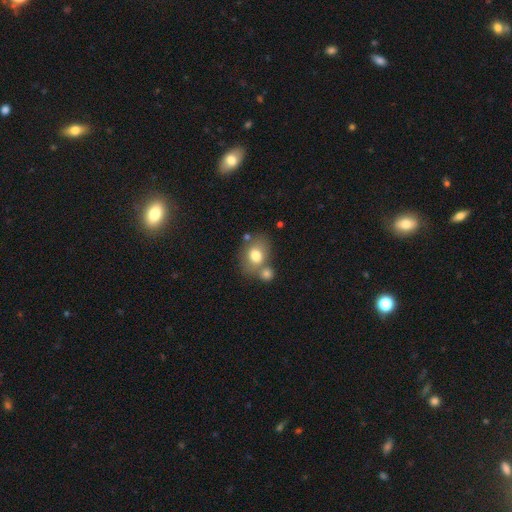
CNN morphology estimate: Overall: smooth (74%). How rounded: in between (52%; round 47%). Merging: none (51%; merger 30%).